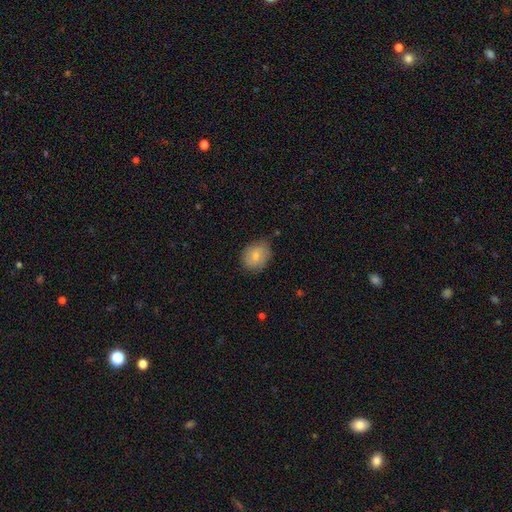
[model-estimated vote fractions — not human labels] Smooth or featured: smooth — 75% (featured or disk — 17%)
How rounded: round — 53% (in between — 46%)
Merging: none — 71% (minor disturbance — 23%)